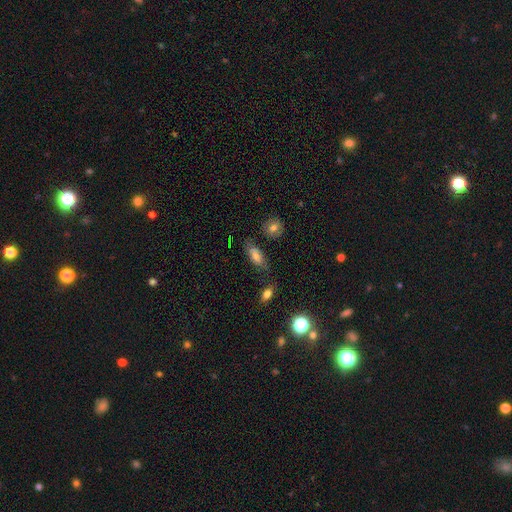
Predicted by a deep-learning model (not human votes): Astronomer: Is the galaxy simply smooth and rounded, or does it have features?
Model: smooth — 62%.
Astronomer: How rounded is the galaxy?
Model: in between — 76%.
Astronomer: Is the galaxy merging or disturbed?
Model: none — 62%.